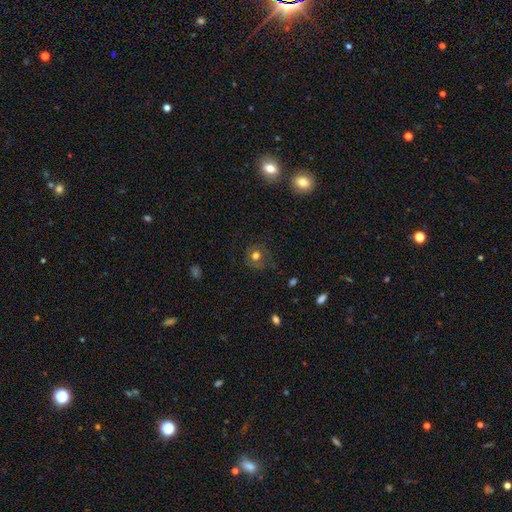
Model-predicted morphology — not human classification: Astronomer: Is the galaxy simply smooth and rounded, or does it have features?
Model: smooth — 58%.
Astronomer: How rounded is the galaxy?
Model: round — 85%.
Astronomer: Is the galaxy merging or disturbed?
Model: none — 74%.